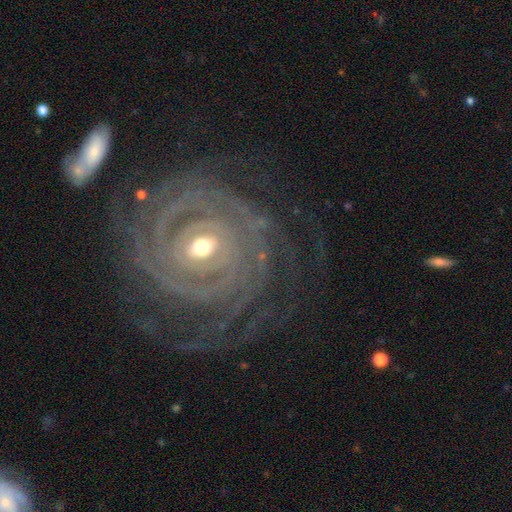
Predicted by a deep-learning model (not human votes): A featured or disk galaxy (91%) with no bar (50%), tight (87%) spiral arms (97%) and a moderate central bulge (52%).

Vote fractions:
- Smooth or featured? featured or disk: 91% / star or artifact: 5% / smooth: 4%
- Edge-on disk? no: 97% / yes: 3%
- Bar? no: 50% / weak: 30% / strong: 20%
- Spiral arms? yes: 97% / no: 3%
- Spiral winding? tight: 87% / medium: 11% / loose: 3%
- Spiral arm count? can't tell: 23% / 3: 19% / 2: 19% / 4: 17% / more than 4: 14% / 1: 8%
- Bulge size? moderate: 52% / small: 44% / large: 2% / dominant: 1% / none: 1%
- Merging? none: 74% / minor disturbance: 15% / major disturbance: 8% / merger: 3%